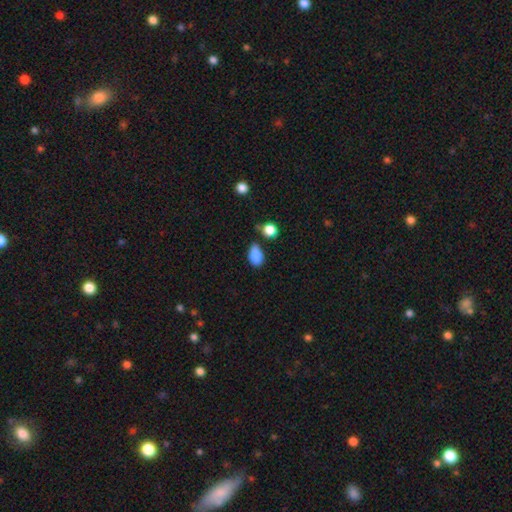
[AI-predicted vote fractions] Smooth or featured?
  - smooth: 85% *
  - star or artifact: 9%
  - featured or disk: 6%
How rounded?
  - in between: 86% *
  - round: 12%
  - cigar-shaped: 2%
Merging?
  - none: 53% *
  - minor disturbance: 32%
  - merger: 8%
  - major disturbance: 7%